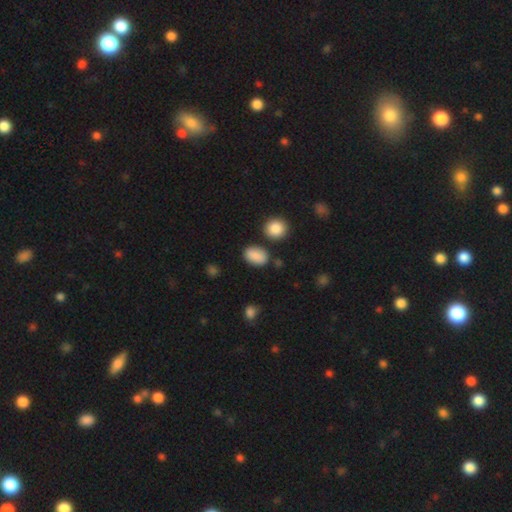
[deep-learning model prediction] Morphology: type=smooth (87%); roundness=in between (87%); merging=none (79%).